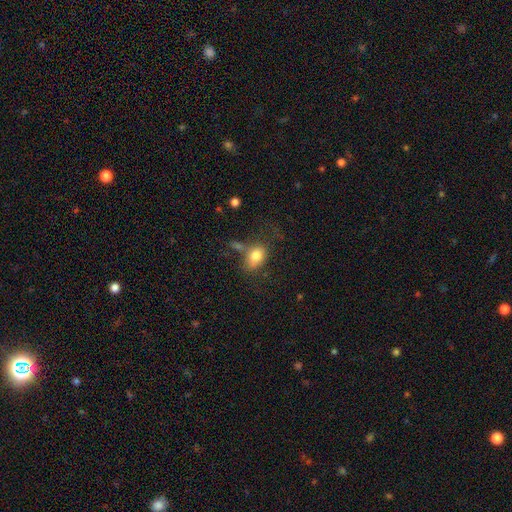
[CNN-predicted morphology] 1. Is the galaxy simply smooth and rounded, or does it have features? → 79% smooth, 12% featured or disk, 9% star or artifact.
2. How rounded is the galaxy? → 72% in between, 26% round, 2% cigar-shaped.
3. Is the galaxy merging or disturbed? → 46% none, 23% minor disturbance, 16% major disturbance, 15% merger.